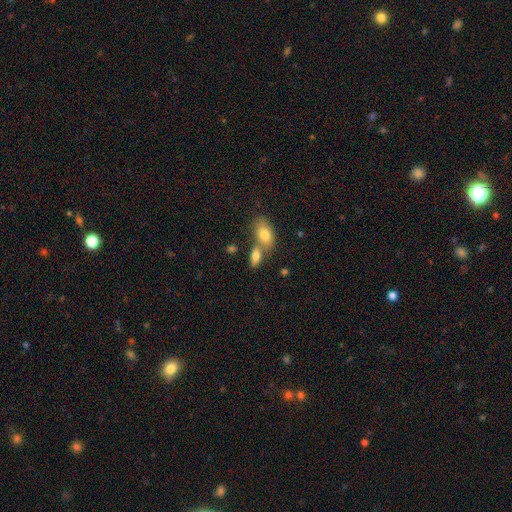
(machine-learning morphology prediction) The model was most divided on "merging": merger: 49%, none: 39%, minor disturbance: 9%, major disturbance: 3%. More confident: how rounded — in between (82%); smooth or featured — smooth (77%).